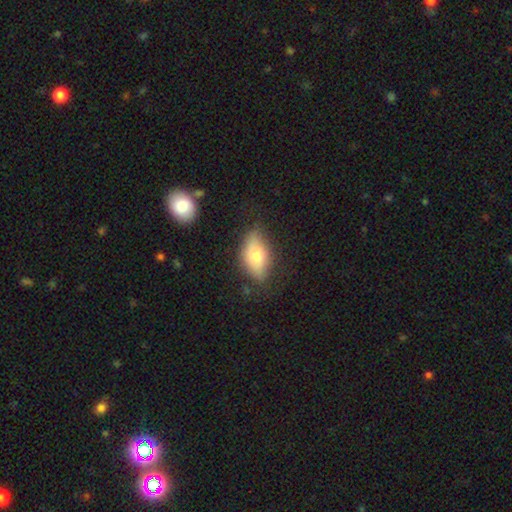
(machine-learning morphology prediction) Smooth or featured? Predicted: smooth (p=0.66). How rounded? Predicted: in between (p=0.89). Merging? Predicted: none (p=0.66).